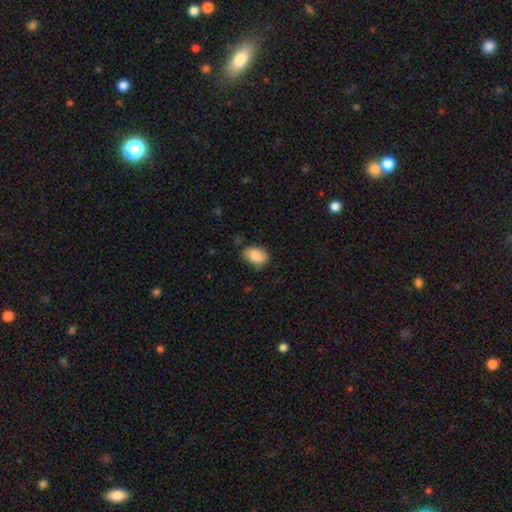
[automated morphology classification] A smooth galaxy with no disk features (84%) that is in between round and cigar-shaped (80%). Merging: none (74%).